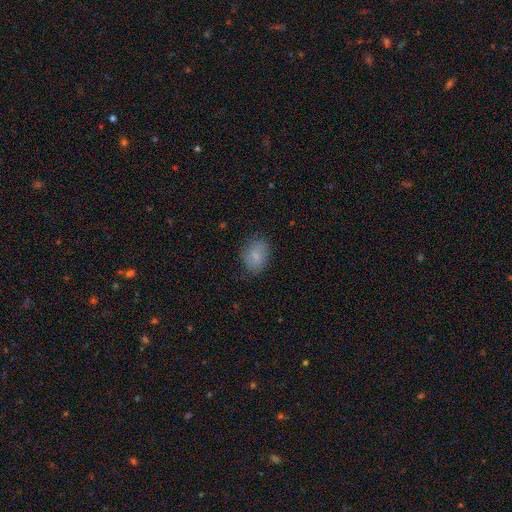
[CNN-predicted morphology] Smooth or featured? smooth (80%)
How rounded? in between (69%)
Merging? none (73%)